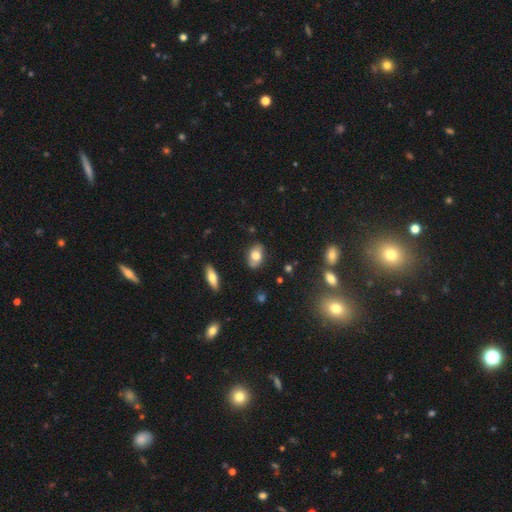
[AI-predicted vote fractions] Smooth or featured?
  - smooth: 74% *
  - featured or disk: 18%
  - star or artifact: 8%
How rounded?
  - in between: 89% *
  - round: 9%
  - cigar-shaped: 2%
Merging?
  - none: 82% *
  - minor disturbance: 14%
  - major disturbance: 3%
  - merger: 2%